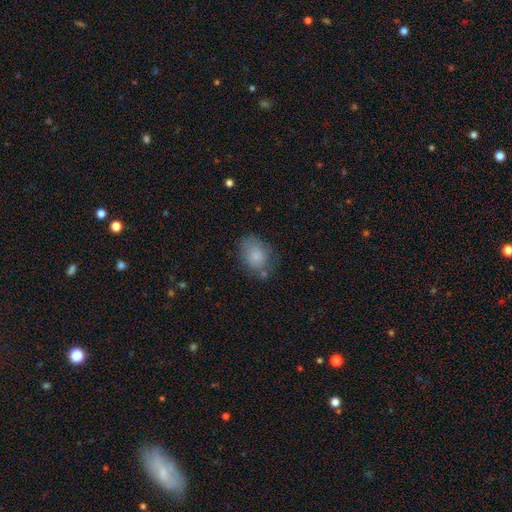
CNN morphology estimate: Q: Smooth or featured?
A: smooth (78%); runner-up: featured or disk (14%)
Q: How rounded?
A: in between (61%); runner-up: round (38%)
Q: Merging?
A: none (62%); runner-up: minor disturbance (24%)